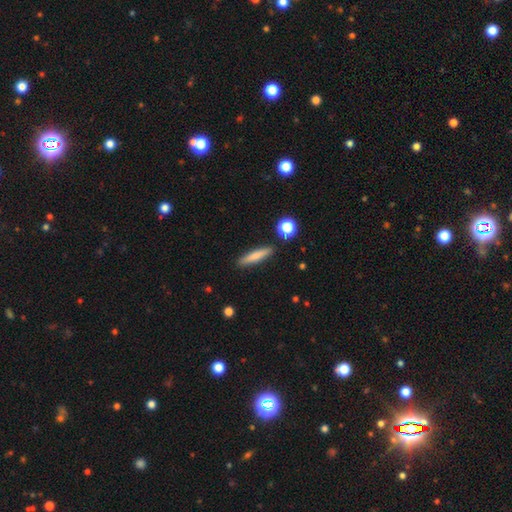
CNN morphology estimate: This appears to be a smooth galaxy with no disk features (73%) that is cigar-shaped (86%). Merging: none (88%).